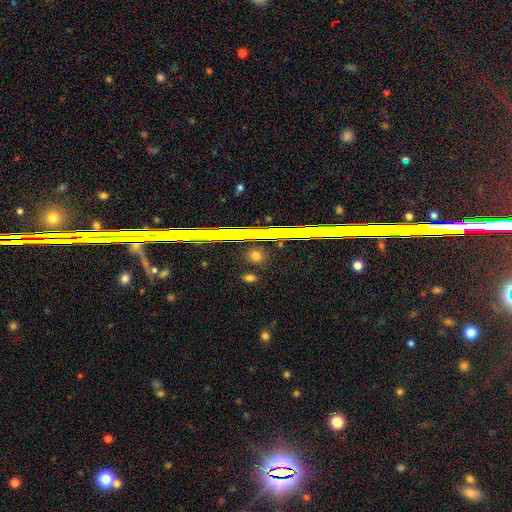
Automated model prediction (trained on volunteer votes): The model was most divided on "smooth or featured": smooth: 63%, star or artifact: 29%, featured or disk: 8%. More confident: merging — none (88%); how rounded — round (73%).